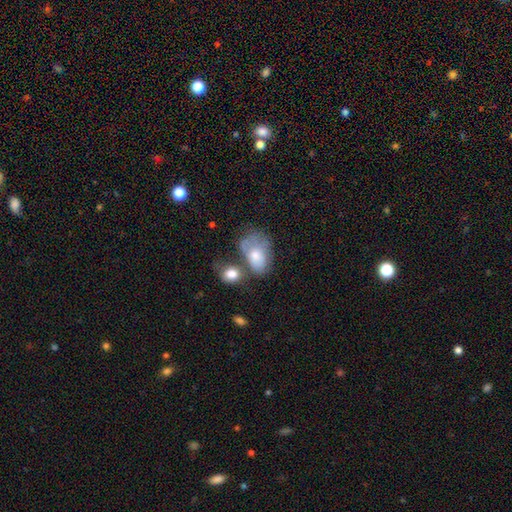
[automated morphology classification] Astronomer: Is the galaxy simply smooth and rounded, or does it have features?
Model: smooth — 66%.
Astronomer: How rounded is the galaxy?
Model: in between — 81%.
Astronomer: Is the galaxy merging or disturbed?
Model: merger — 30% (runner-up: none, 25%).